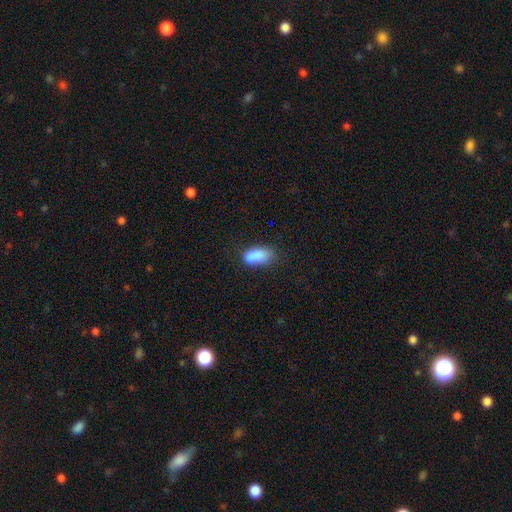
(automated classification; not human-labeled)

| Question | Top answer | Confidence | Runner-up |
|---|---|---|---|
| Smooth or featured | smooth | 86% | star or artifact (8%) |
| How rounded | in between | 89% | cigar-shaped (7%) |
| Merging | none | 63% | minor disturbance (25%) |